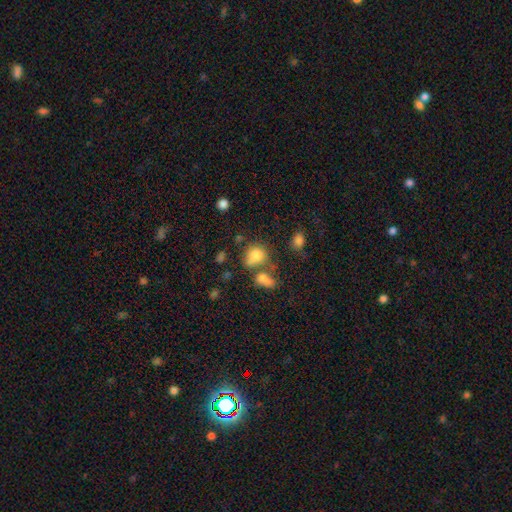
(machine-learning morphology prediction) Smooth or featured? smooth (78%)
How rounded? round (54%)
Merging? none (38%)